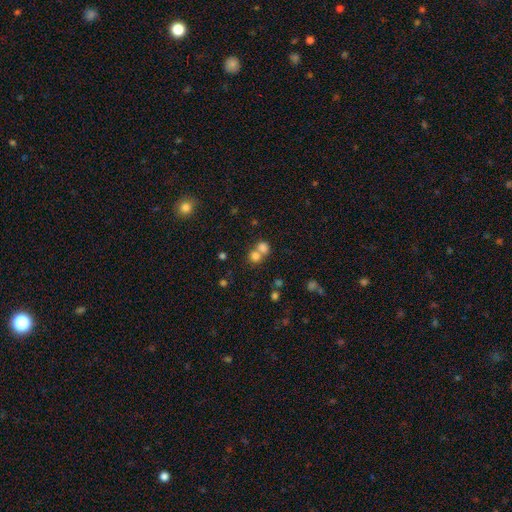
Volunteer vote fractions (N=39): This appears to be a smooth galaxy with no disk features (72%) that is round (89%). Merging: merger (69%).